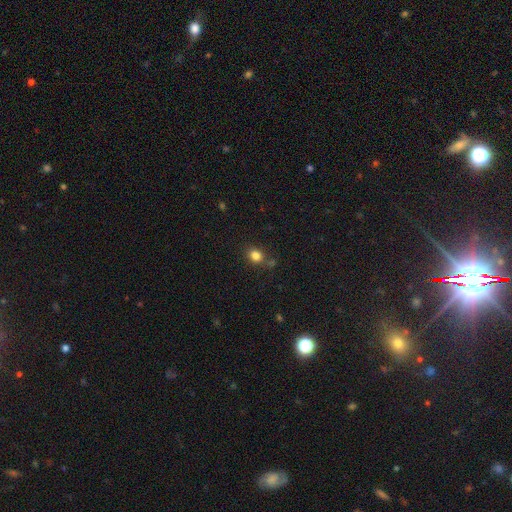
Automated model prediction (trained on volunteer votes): A smooth galaxy with no disk features (82%) that is round (60%). Merging: none (76%).